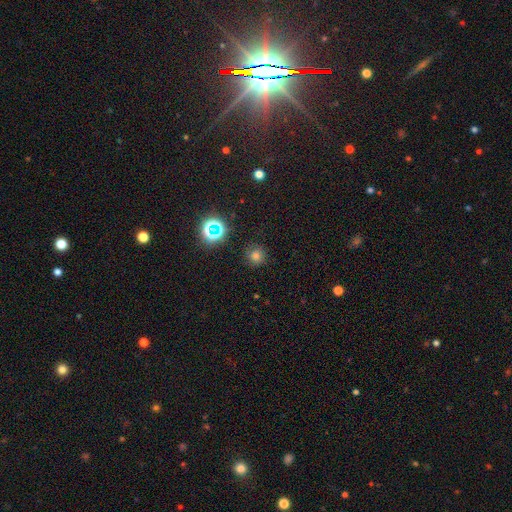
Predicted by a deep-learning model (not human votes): smooth 69%, star or artifact 23%, featured or disk 8%. Down the decision tree: how rounded — round (92%); merging — none (85%).